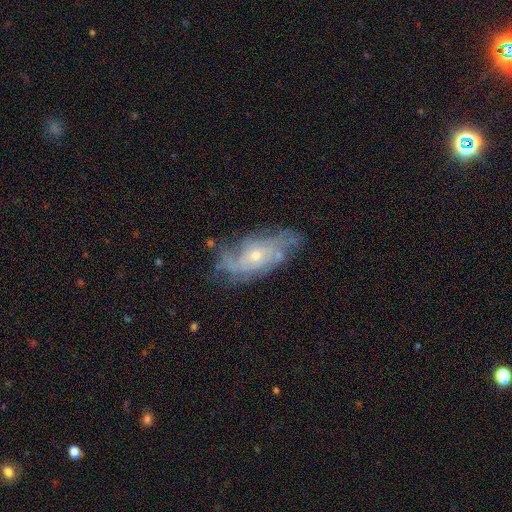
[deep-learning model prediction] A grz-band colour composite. It shows a featured or disk galaxy (76%) with no bar (76%), tight (45%) spiral arms (85%) and a small central bulge (58%). Merging: none (63%).